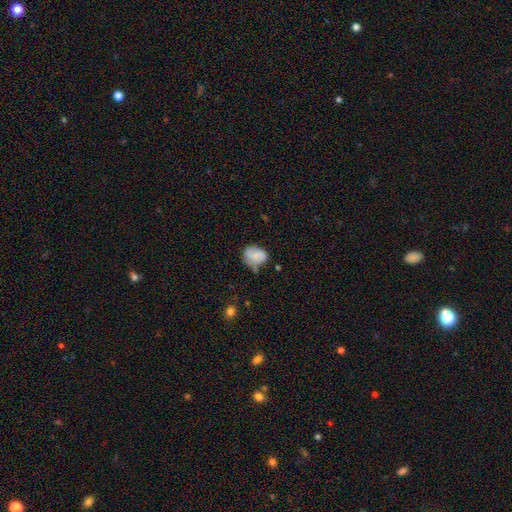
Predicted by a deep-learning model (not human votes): smooth_or_featured: smooth (p=0.65) [alt: featured or disk p=0.26]
how_rounded: in between (p=0.60) [alt: round p=0.39]
merging: none (p=0.46) [alt: minor disturbance p=0.34]